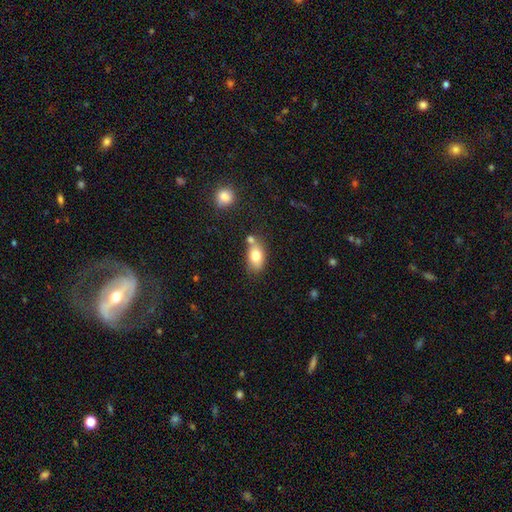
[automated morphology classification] A smooth galaxy with no disk features (77%) that is in between round and cigar-shaped (84%).

Vote fractions:
- Smooth or featured? smooth: 77% / featured or disk: 14% / star or artifact: 8%
- How rounded? in between: 84% / round: 13% / cigar-shaped: 2%
- Merging? none: 56% / merger: 23% / minor disturbance: 17% / major disturbance: 4%